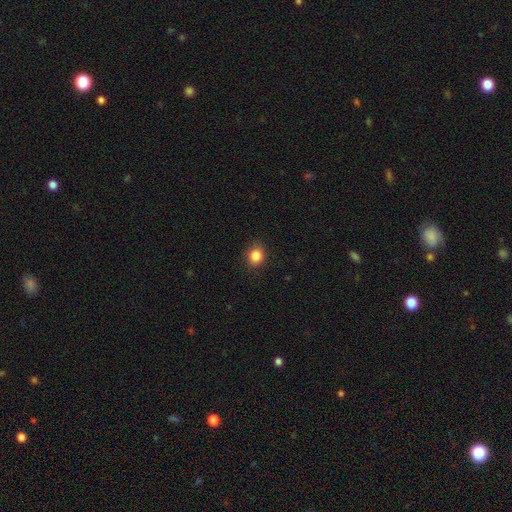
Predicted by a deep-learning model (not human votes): This is clearly a smooth galaxy (85%). How rounded: likely round (69%). Merging: clearly none (87%).